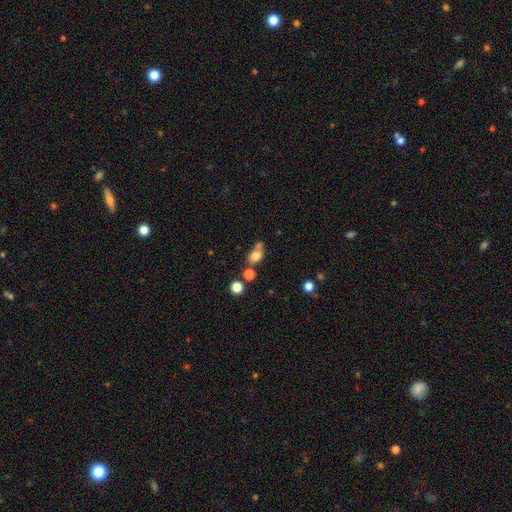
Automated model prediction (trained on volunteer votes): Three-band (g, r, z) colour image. It shows a smooth galaxy with no disk features (77%) that is in between round and cigar-shaped (55%). Merging: none (46%).